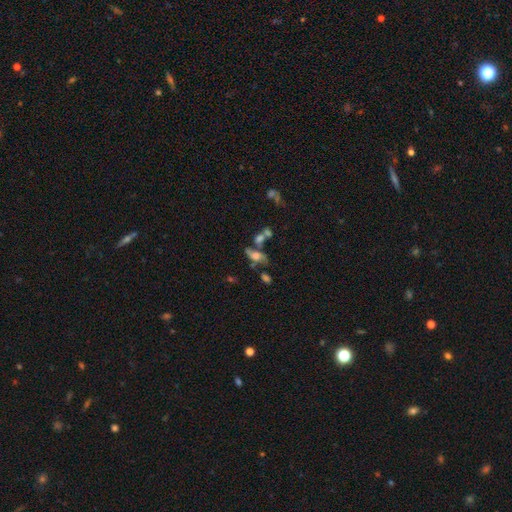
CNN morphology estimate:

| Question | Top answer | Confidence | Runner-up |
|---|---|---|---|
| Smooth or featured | featured or disk | 54% | smooth (32%) |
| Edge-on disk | no | 82% | yes (18%) |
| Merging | none | 38% | merger (28%) |